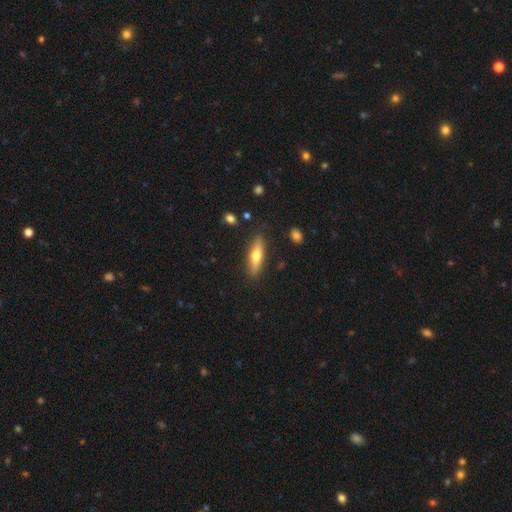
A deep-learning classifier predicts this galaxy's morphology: Smooth or featured?
  - smooth: 55% *
  - featured or disk: 39%
  - star or artifact: 6%
How rounded?
  - cigar-shaped: 61% *
  - in between: 36%
  - round: 3%
Merging?
  - none: 87% *
  - minor disturbance: 9%
  - major disturbance: 2%
  - merger: 2%